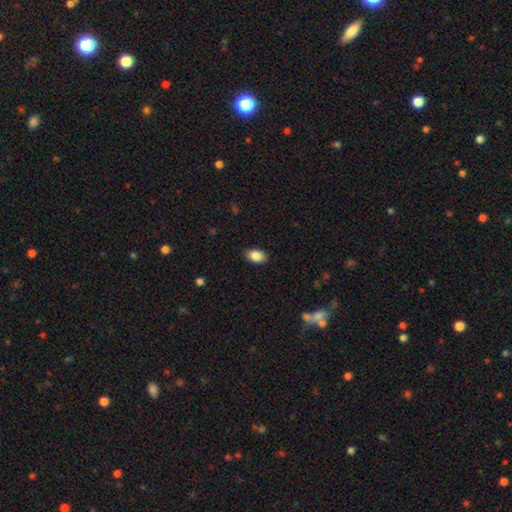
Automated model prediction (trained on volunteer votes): Overall: smooth (88%). How rounded: in between (90%). Merging: none (87%).